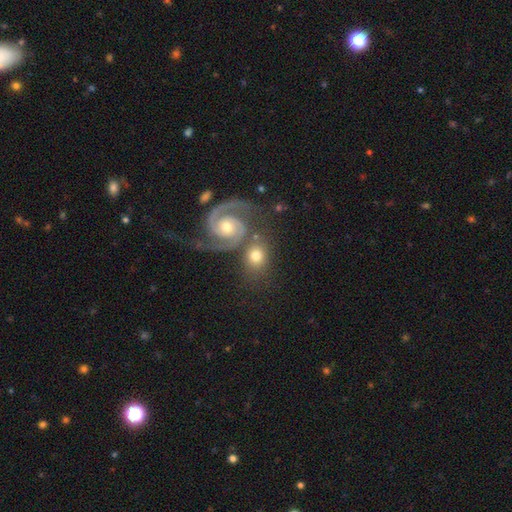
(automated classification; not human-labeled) Overall: featured or disk (55%; smooth 37%). Edge-on disk: no (96%). Bar: no (57%; weak 32%). Spiral arms: yes (93%). Bulge size: moderate (62%; small 26%). Merging: none (59%; merger 24%).